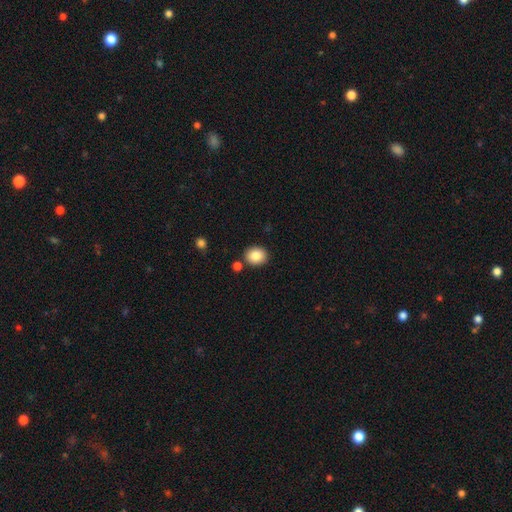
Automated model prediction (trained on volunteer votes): smooth_or_featured: smooth (p=0.85) [alt: star or artifact p=0.09]
how_rounded: round (p=0.73) [alt: in between p=0.26]
merging: none (p=0.85) [alt: minor disturbance p=0.08]